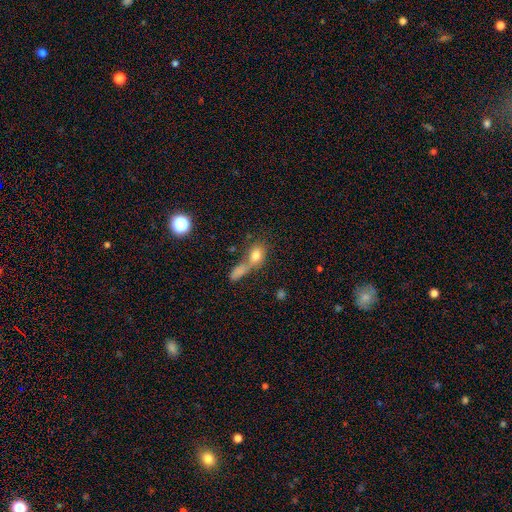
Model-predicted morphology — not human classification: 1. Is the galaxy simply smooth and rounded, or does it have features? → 77% smooth, 12% featured or disk, 11% star or artifact.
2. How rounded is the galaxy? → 65% in between, 31% round, 5% cigar-shaped.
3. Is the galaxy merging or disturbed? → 55% merger, 30% none, 8% minor disturbance, 7% major disturbance.